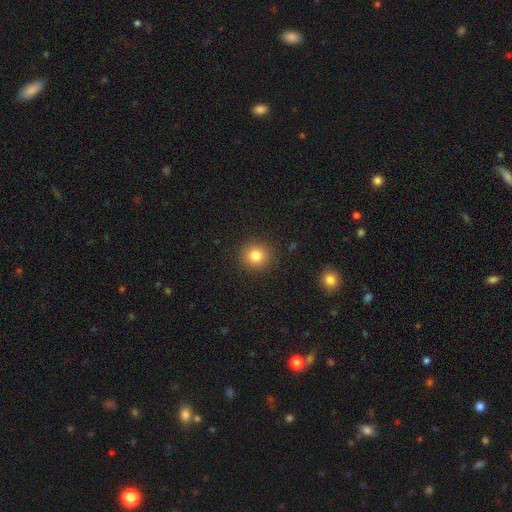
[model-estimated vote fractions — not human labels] Q: Smooth or featured?
A: smooth (82%); runner-up: star or artifact (12%)
Q: How rounded?
A: round (91%); runner-up: in between (9%)
Q: Merging?
A: none (91%); runner-up: minor disturbance (6%)